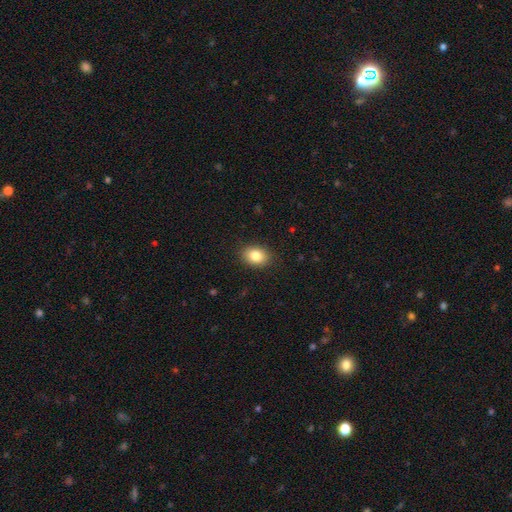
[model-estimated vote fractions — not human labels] smooth 84%, star or artifact 9%, featured or disk 7%. Down the decision tree: how rounded — in between (70%); merging — none (88%).